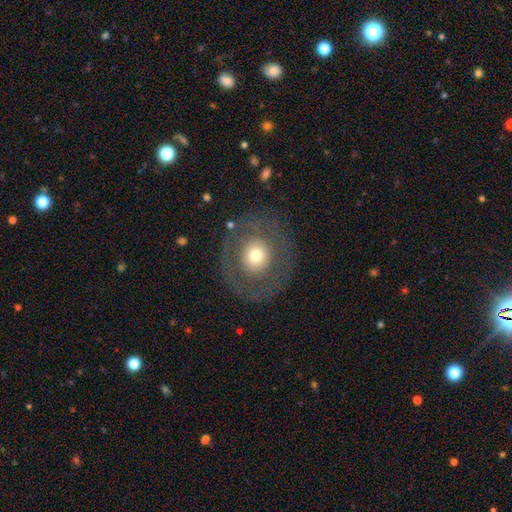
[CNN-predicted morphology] This appears to be a smooth galaxy with no disk features (53%) that is round (82%). Merging: none (77%).